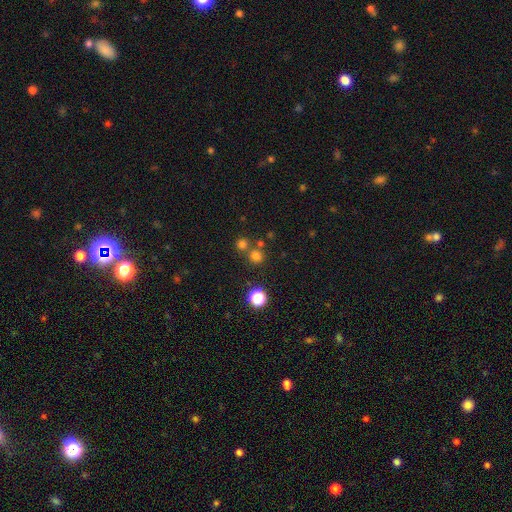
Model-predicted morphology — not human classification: Smooth or featured? smooth (70%)
How rounded? round (91%)
Merging? none (68%)